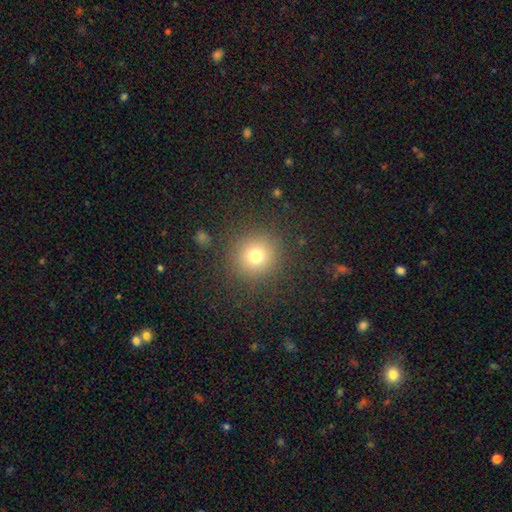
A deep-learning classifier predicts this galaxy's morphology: type=smooth (74%); roundness=round (94%); merging=none (88%).